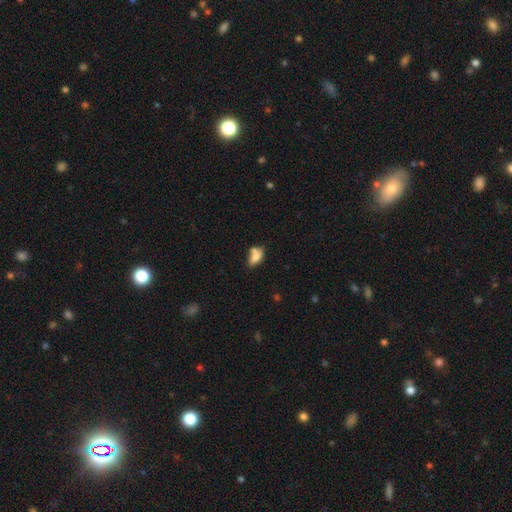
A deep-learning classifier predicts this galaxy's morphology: smooth_or_featured: smooth (p=0.73) [alt: featured or disk p=0.17]
how_rounded: in between (p=0.85) [alt: cigar-shaped p=0.09]
merging: none (p=0.40) [alt: merger p=0.31]